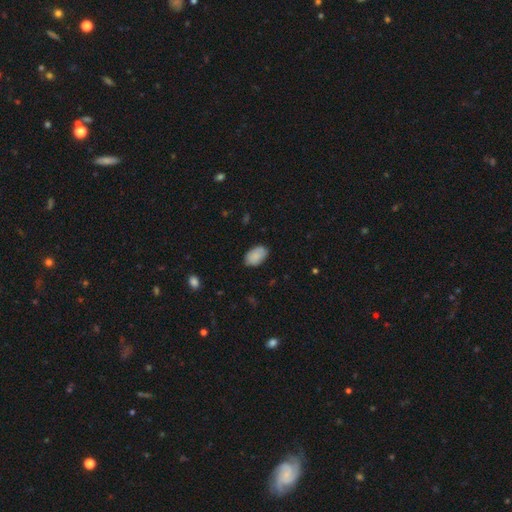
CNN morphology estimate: Smooth or featured: smooth — 86% (featured or disk — 7%)
How rounded: in between — 92% (round — 6%)
Merging: none — 80% (minor disturbance — 16%)